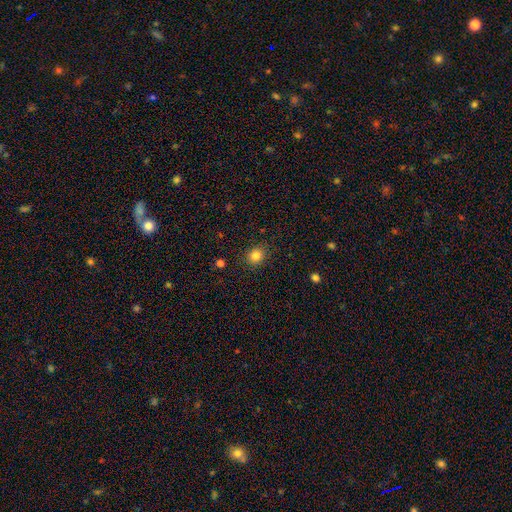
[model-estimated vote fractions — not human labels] This appears to be a smooth galaxy with no disk features (84%) that is round (68%). Merging: none (87%).